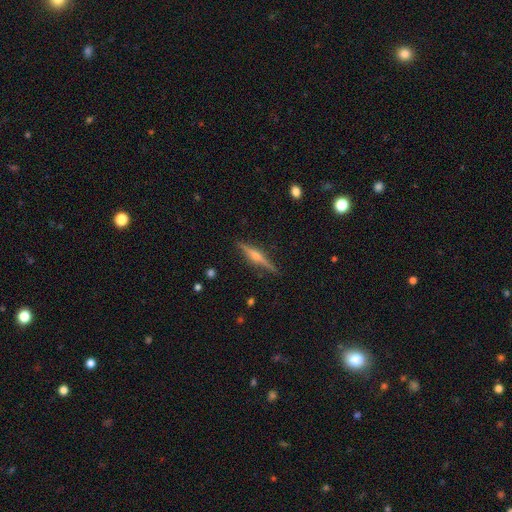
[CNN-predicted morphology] smooth-or-featured: featured or disk: 79% | smooth: 14% | star or artifact: 7%
  disk-edge-on: yes: 98% | no: 2%
    edge-on-bulge: rounded: 91% | boxy: 5% | none: 4%
  merging: none: 90% | minor disturbance: 7% | major disturbance: 2% | merger: 1%